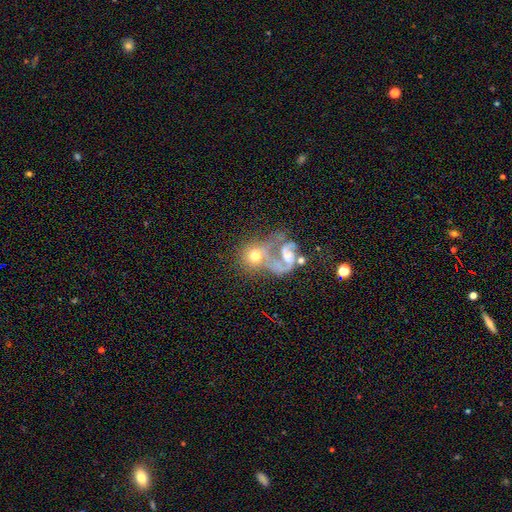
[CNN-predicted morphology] type=featured or disk (47%); merging=merger (56%).